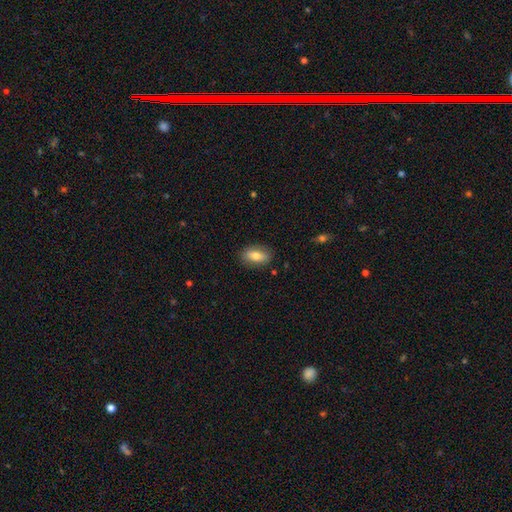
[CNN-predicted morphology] Smooth or featured?
  - smooth: 76% *
  - featured or disk: 17%
  - star or artifact: 7%
How rounded?
  - in between: 86% *
  - round: 7%
  - cigar-shaped: 6%
Merging?
  - none: 85% *
  - minor disturbance: 11%
  - major disturbance: 3%
  - merger: 1%